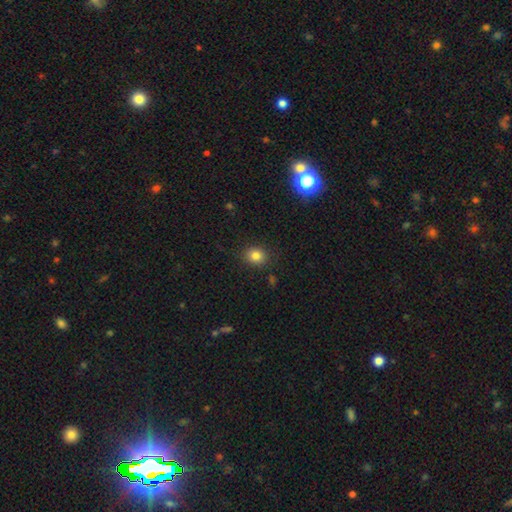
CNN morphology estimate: A smooth galaxy with no disk features (82%) that is round (67%). Merging: none (86%).